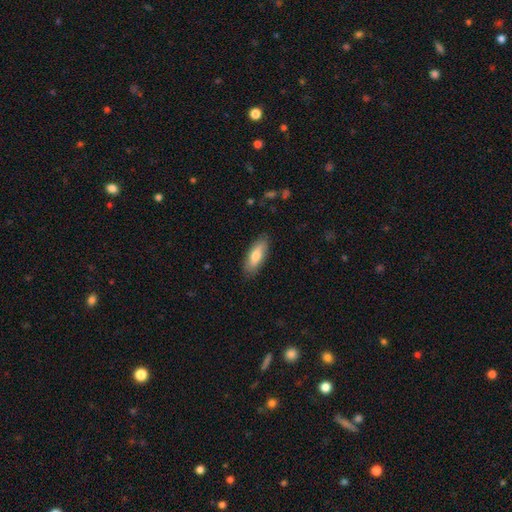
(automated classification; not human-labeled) Smooth or featured: smooth — 73% (featured or disk — 21%)
How rounded: in between — 66% (cigar-shaped — 31%)
Merging: none — 86% (minor disturbance — 11%)